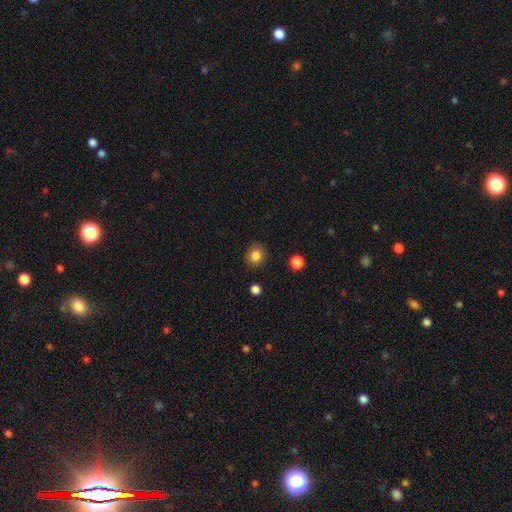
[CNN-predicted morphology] Smooth or featured: smooth — 84% (star or artifact — 10%)
How rounded: round — 78% (in between — 21%)
Merging: none — 88% (minor disturbance — 8%)